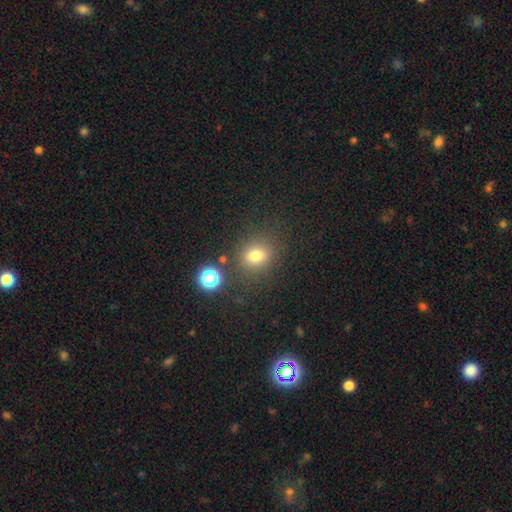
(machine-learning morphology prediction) smooth_or_featured: smooth (p=0.75) [alt: star or artifact p=0.17]
how_rounded: round (p=0.62) [alt: in between p=0.36]
merging: none (p=0.77) [alt: minor disturbance p=0.12]